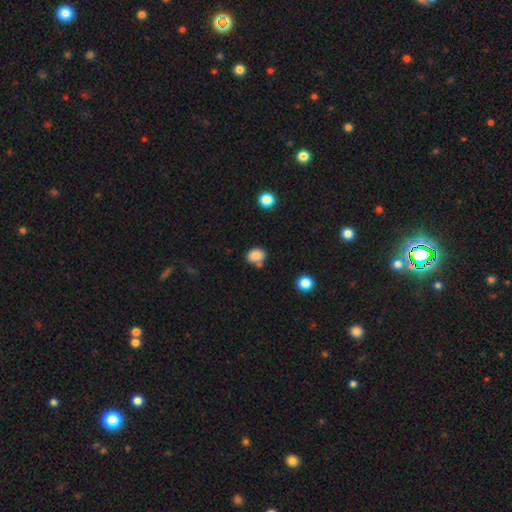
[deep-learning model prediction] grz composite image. It shows a smooth galaxy with no disk features (85%) that is in between round and cigar-shaped (62%). Merging: none (70%).